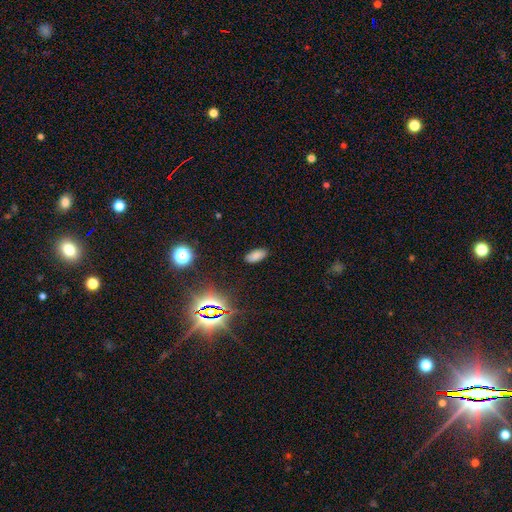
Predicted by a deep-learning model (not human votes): A smooth galaxy with no disk features (78%) that is in between round and cigar-shaped (91%). Merging: none (87%).